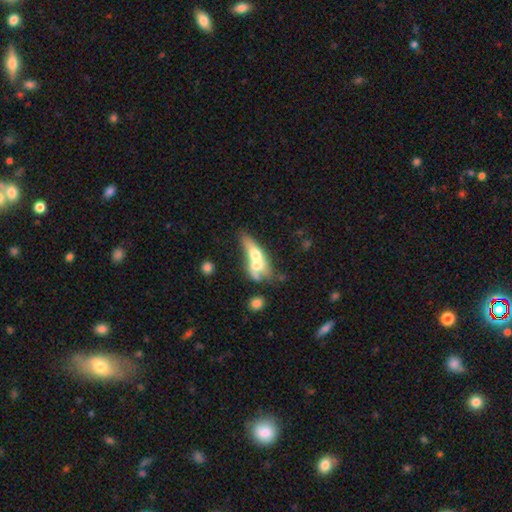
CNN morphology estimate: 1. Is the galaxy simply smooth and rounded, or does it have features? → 54% smooth, 39% featured or disk, 8% star or artifact.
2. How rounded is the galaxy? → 53% in between, 35% cigar-shaped, 12% round.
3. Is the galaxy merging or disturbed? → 68% merger, 17% none, 8% minor disturbance, 8% major disturbance.